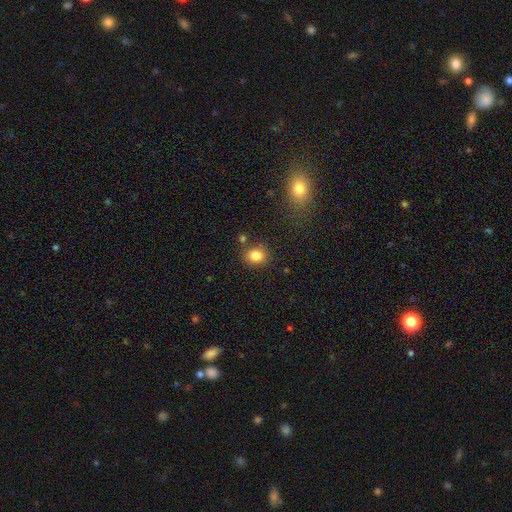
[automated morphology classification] smooth 82%, star or artifact 11%, featured or disk 7%. Down the decision tree: how rounded — round (65%); merging — none (77%).